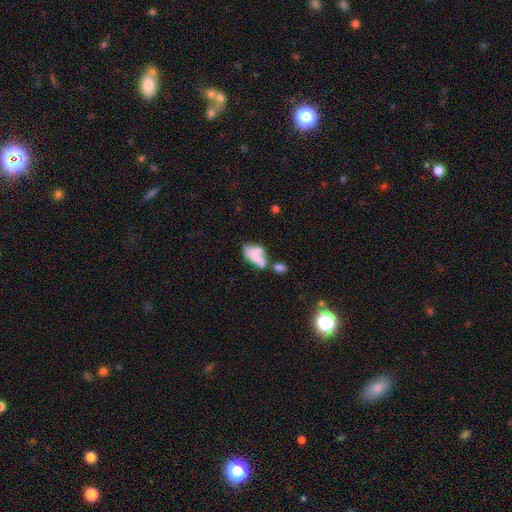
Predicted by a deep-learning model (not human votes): Smooth or featured?
  - smooth: 62% *
  - featured or disk: 28%
  - star or artifact: 10%
How rounded?
  - in between: 87% *
  - cigar-shaped: 8%
  - round: 5%
Merging?
  - merger: 39% *
  - none: 23%
  - major disturbance: 19%
  - minor disturbance: 19%